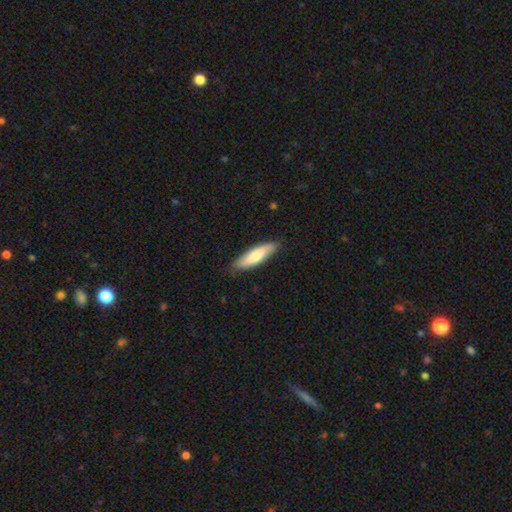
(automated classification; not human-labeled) Smooth or featured? smooth (74%)
How rounded? cigar-shaped (64%)
Merging? none (85%)